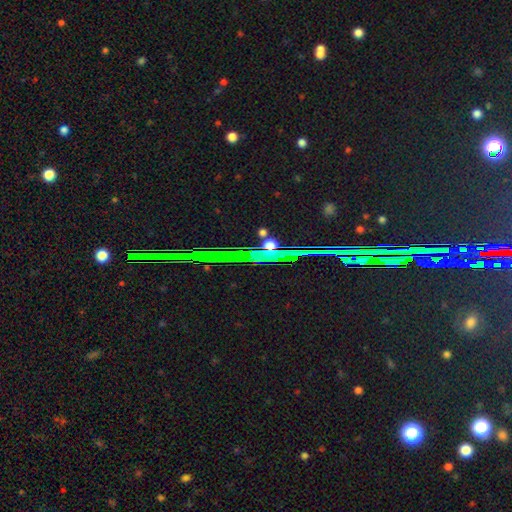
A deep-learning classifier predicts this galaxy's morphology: Smooth or featured? star or artifact (82%)